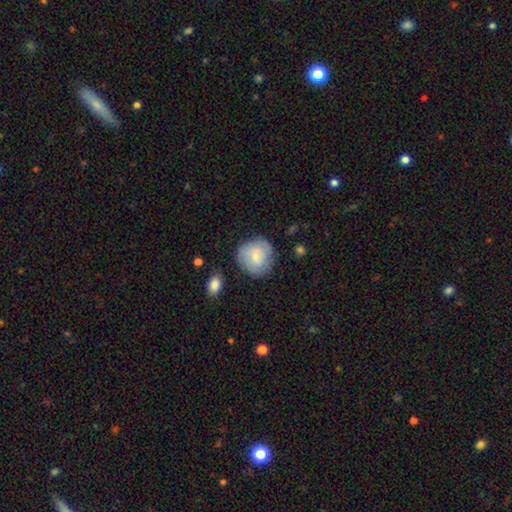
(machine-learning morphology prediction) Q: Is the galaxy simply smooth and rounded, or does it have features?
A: smooth — 67%.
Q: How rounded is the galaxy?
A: round — 87%.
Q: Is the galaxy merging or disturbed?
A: none — 76%.